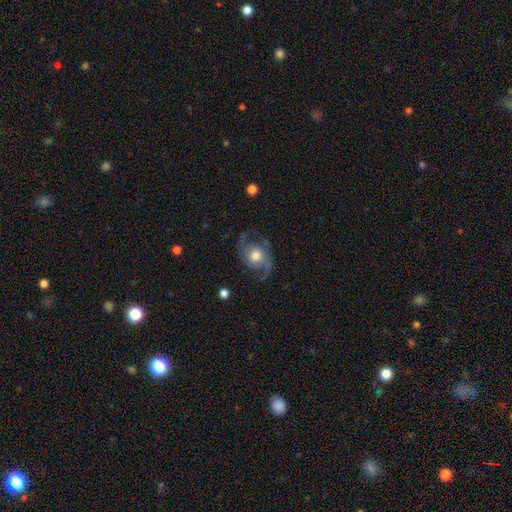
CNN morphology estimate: A featured or disk galaxy (75%) with no bar (69%), 2 (89%) loose (47%) spiral arms (89%) and a moderate central bulge (63%).

Vote fractions:
- Smooth or featured? featured or disk: 75% / smooth: 18% / star or artifact: 7%
- Edge-on disk? no: 97% / yes: 3%
- Bar? no: 69% / weak: 26% / strong: 6%
- Spiral arms? yes: 89% / no: 11%
- Spiral winding? loose: 47% / medium: 43% / tight: 10%
- Spiral arm count? 2: 89% / can't tell: 4% / 1: 3% / 3: 2% / 4: 1% / more than 4: 1%
- Bulge size? moderate: 63% / large: 24% / small: 9% / dominant: 2% / none: 2%
- Merging? none: 65% / minor disturbance: 18% / major disturbance: 15% / merger: 2%